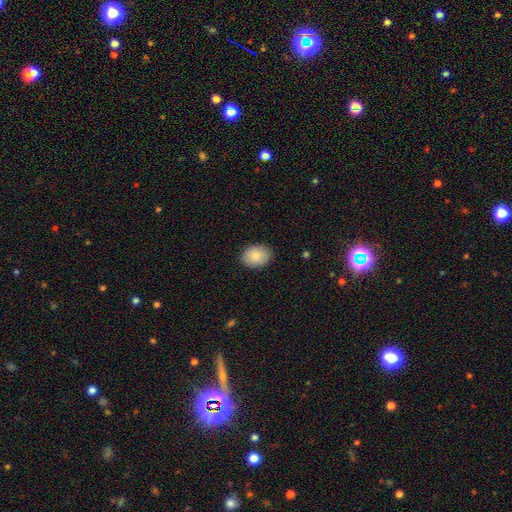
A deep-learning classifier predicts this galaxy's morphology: This is clearly a smooth galaxy (83%). How rounded: likely in between (62%). Merging: clearly none (87%).